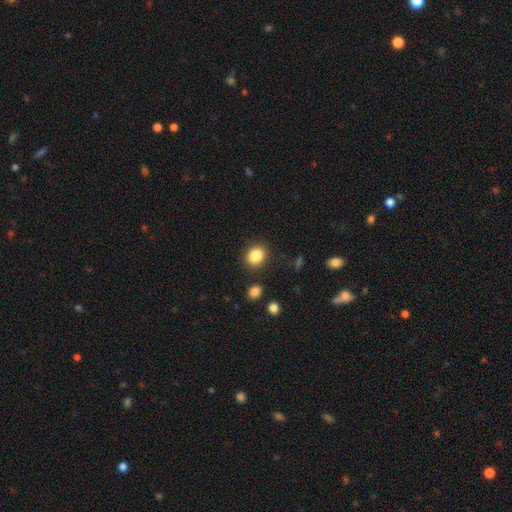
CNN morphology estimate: Smooth or featured? smooth (86%)
How rounded? round (59%)
Merging? none (85%)